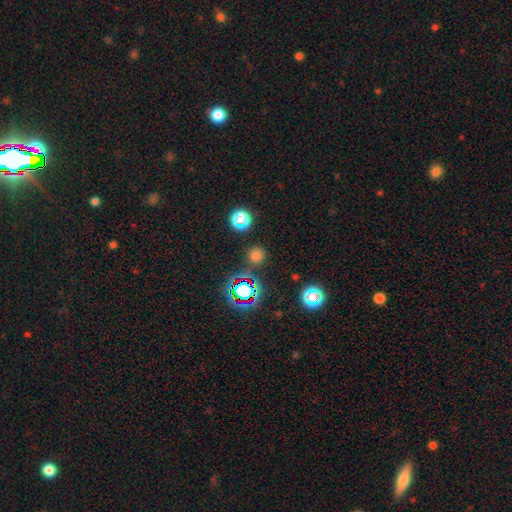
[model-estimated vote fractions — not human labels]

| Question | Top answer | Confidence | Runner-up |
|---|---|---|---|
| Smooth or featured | smooth | 63% | star or artifact (31%) |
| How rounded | round | 93% | in between (6%) |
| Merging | none | 82% | minor disturbance (9%) |